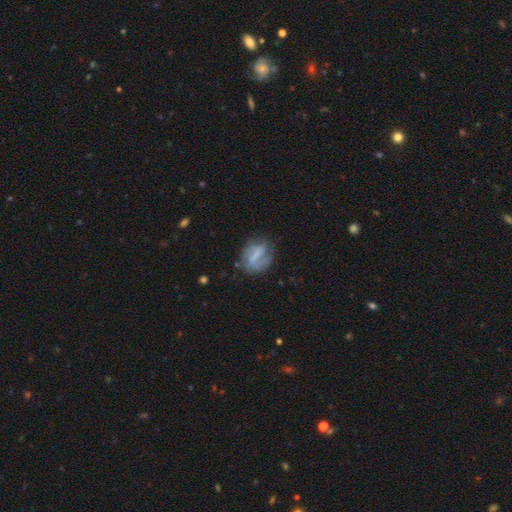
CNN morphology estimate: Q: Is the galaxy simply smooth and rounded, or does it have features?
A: featured or disk — 59%.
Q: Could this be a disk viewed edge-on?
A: no — 95%.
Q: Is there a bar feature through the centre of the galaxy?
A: strong — 45%.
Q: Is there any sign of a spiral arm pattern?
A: yes — 66%.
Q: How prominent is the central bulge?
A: none — 48%.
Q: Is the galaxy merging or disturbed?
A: none — 60%.